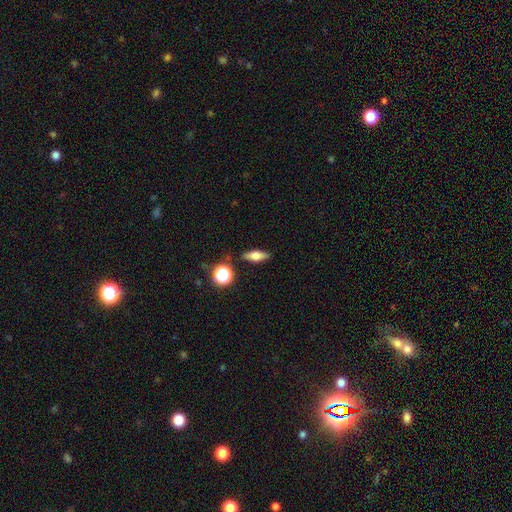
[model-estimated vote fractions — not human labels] Smooth or featured: smooth — 62% (featured or disk — 27%)
How rounded: in between — 57% (cigar-shaped — 34%)
Merging: none — 85% (minor disturbance — 10%)